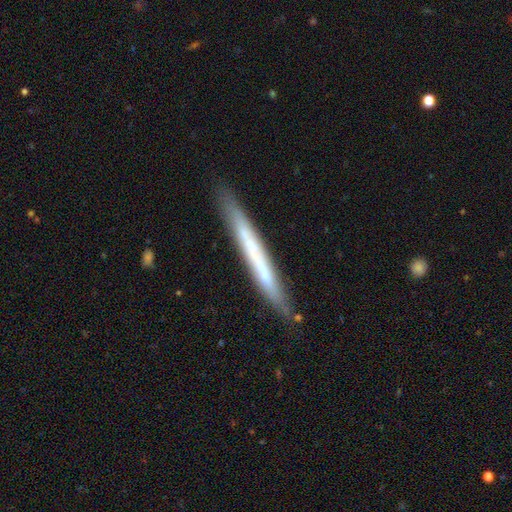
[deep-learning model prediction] featured or disk 50%, smooth 44%, star or artifact 6%. Down the decision tree: merging — none (85%).